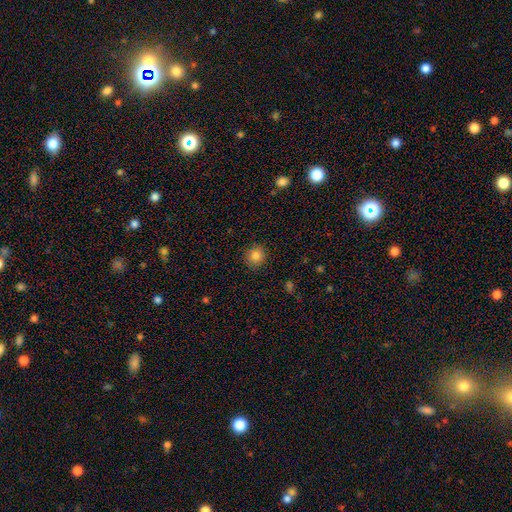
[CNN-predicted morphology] This appears to be a smooth galaxy with no disk features (84%) that is round (91%). Merging: none (90%).